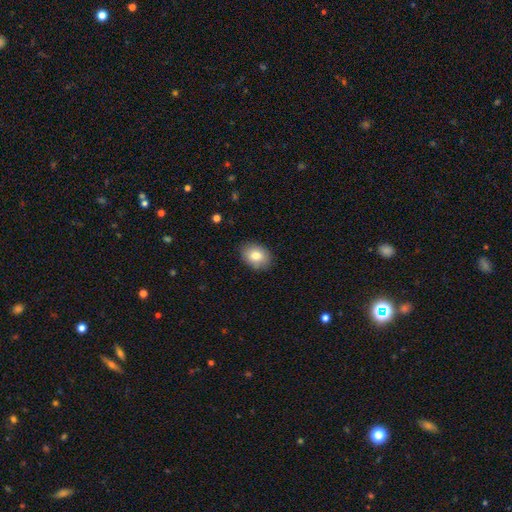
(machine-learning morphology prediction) smooth 81%, featured or disk 10%, star or artifact 8%. Down the decision tree: how rounded — in between (65%); merging — none (85%).